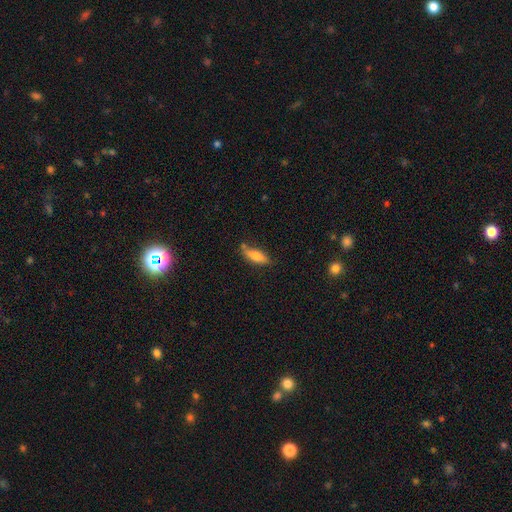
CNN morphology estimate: This appears to be a smooth galaxy with no disk features (73%) that is in between round and cigar-shaped (56%). Merging: none (64%).